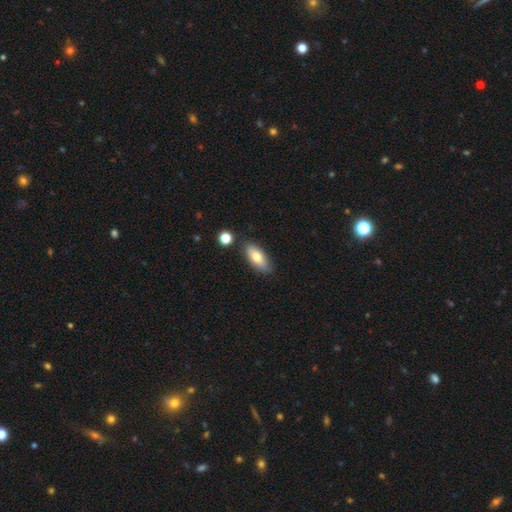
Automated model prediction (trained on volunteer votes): Smooth or featured? smooth (75%)
How rounded? in between (84%)
Merging? none (80%)